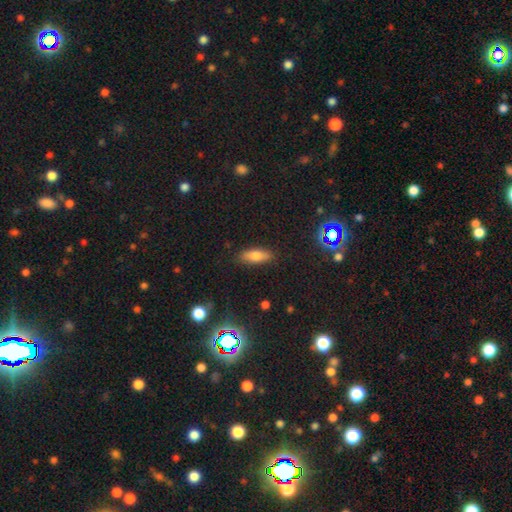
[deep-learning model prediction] Smooth or featured?
  - smooth: 68% *
  - featured or disk: 20%
  - star or artifact: 12%
How rounded?
  - in between: 66% *
  - cigar-shaped: 31%
  - round: 4%
Merging?
  - none: 86% *
  - minor disturbance: 10%
  - major disturbance: 2%
  - merger: 1%